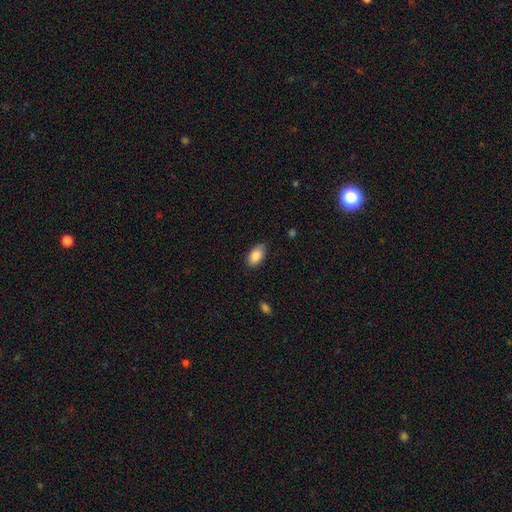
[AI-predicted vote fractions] Smooth or featured: smooth — 88% (star or artifact — 7%)
How rounded: in between — 94% (round — 4%)
Merging: none — 83% (minor disturbance — 13%)